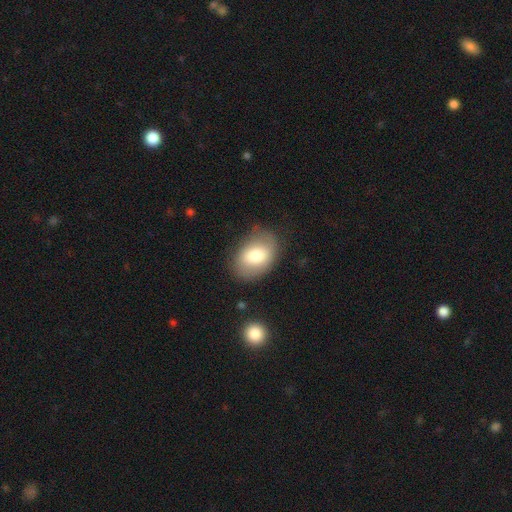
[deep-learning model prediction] A smooth galaxy with no disk features (74%) that is in between round and cigar-shaped (80%). Merging: none (74%).